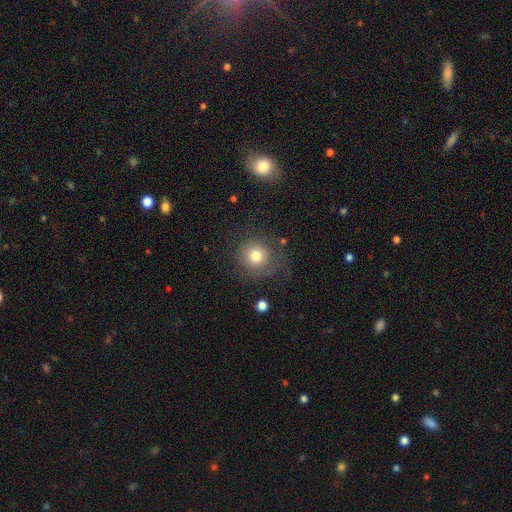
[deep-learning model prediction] A smooth galaxy with no disk features (75%) that is round (92%).

Vote fractions:
- Smooth or featured? smooth: 75% / featured or disk: 13% / star or artifact: 12%
- How rounded? round: 92% / in between: 7% / cigar-shaped: 1%
- Merging? none: 73% / minor disturbance: 15% / major disturbance: 10% / merger: 2%